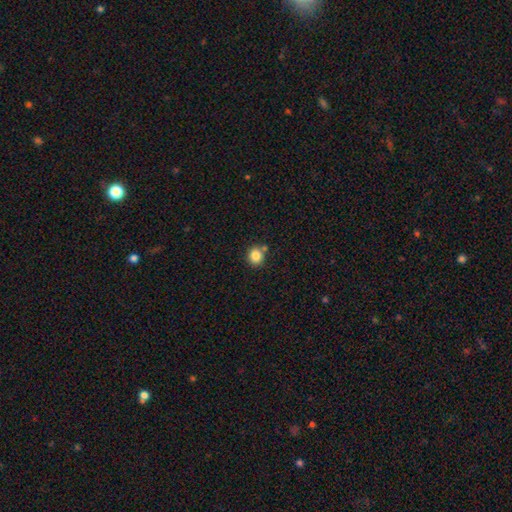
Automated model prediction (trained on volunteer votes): A smooth galaxy with no disk features (84%) that is round (86%). Merging: none (74%).